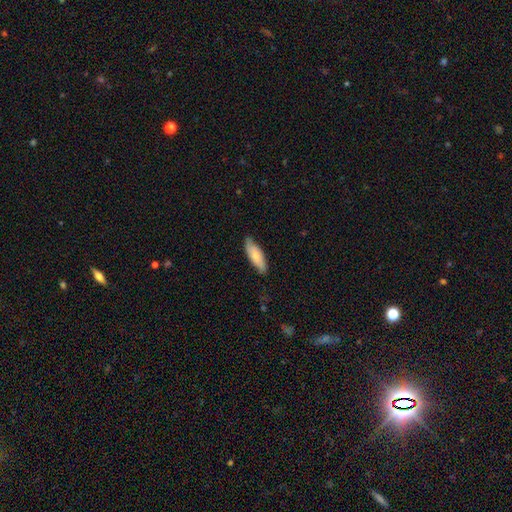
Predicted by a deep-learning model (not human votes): Smooth or featured: smooth — 70% (featured or disk — 24%)
How rounded: in between — 63% (cigar-shaped — 35%)
Merging: none — 75% (minor disturbance — 20%)